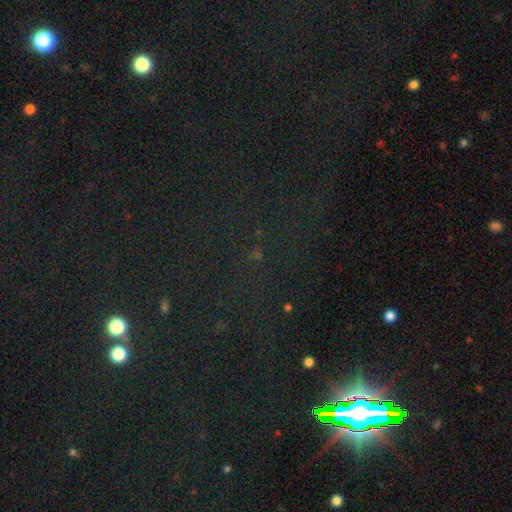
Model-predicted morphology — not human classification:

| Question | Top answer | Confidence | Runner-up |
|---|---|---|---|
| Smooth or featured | star or artifact | 77% | smooth (15%) |